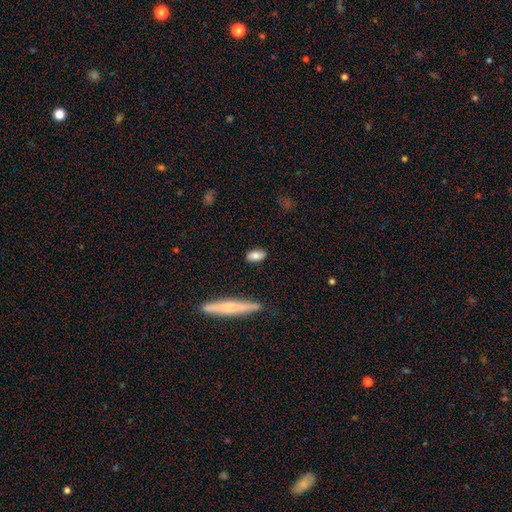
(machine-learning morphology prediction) This is likely a smooth galaxy (79%). How rounded: clearly in between (87%). Merging: clearly none (85%).